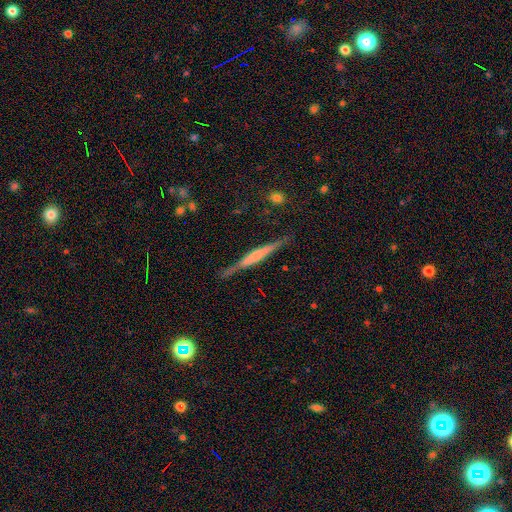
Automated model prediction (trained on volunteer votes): The model was most divided on "edge-on bulge": boxy: 36%, none: 32%, rounded: 32%. More confident: edge-on disk — yes (97%); merging — none (82%); smooth or featured — featured or disk (66%).